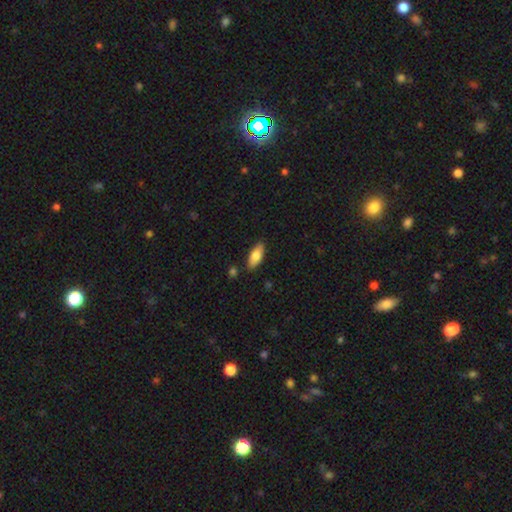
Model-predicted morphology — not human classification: Smooth or featured: smooth — 75% (featured or disk — 19%)
How rounded: in between — 78% (cigar-shaped — 20%)
Merging: none — 86% (minor disturbance — 10%)